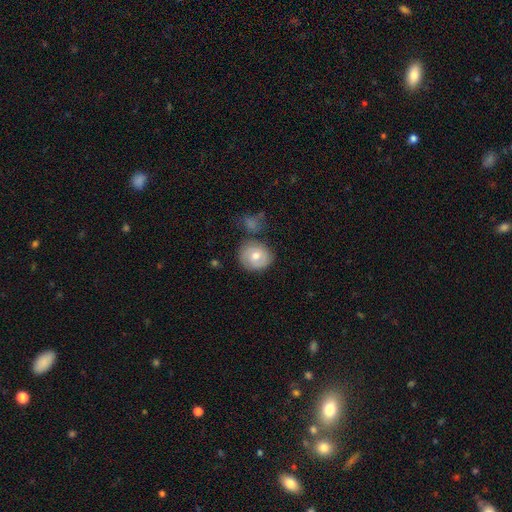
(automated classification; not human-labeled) This appears to be a smooth galaxy with no disk features (69%) that is round (82%). Merging: none (70%).